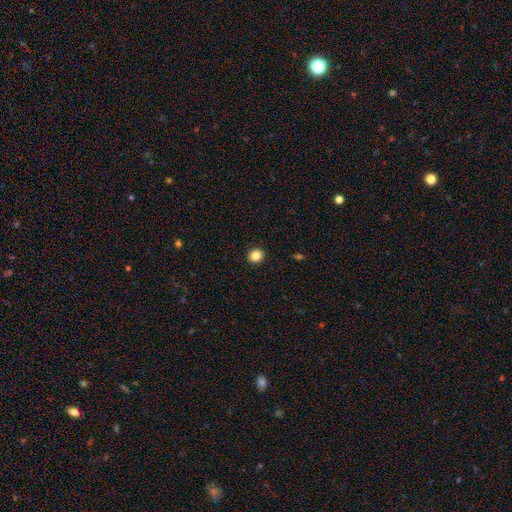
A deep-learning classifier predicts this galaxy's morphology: Smooth or featured? Predicted: smooth (p=0.85). How rounded? Predicted: round (p=0.80). Merging? Predicted: none (p=0.93).